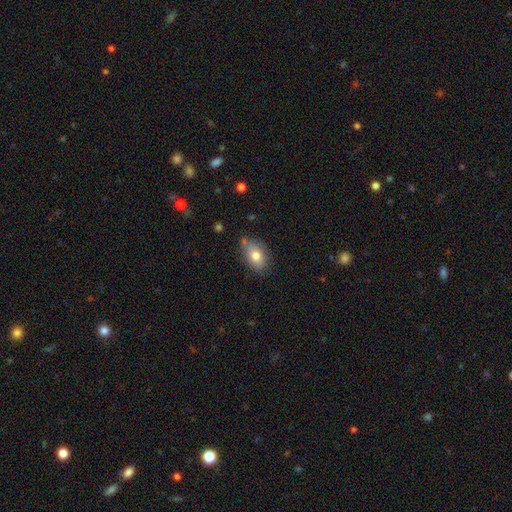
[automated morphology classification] The model was most divided on "merging": none: 71%, minor disturbance: 20%, merger: 5%, major disturbance: 4%. More confident: how rounded — in between (85%); smooth or featured — smooth (77%).